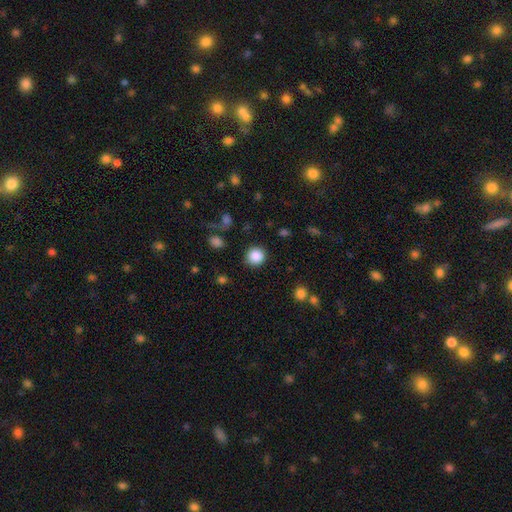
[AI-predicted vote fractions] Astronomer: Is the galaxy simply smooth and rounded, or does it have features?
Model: smooth — 87%.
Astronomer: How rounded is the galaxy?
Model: round — 92%.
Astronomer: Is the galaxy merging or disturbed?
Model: none — 90%.